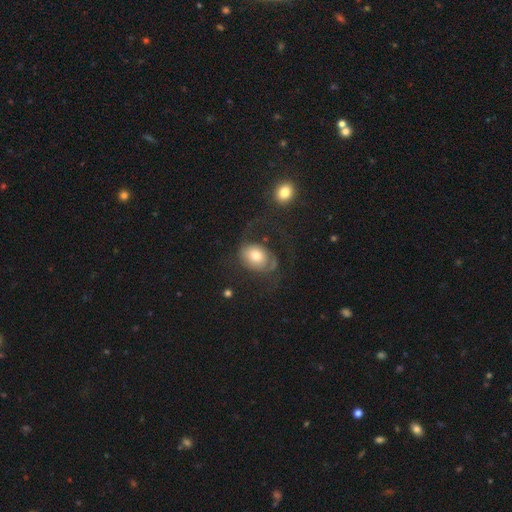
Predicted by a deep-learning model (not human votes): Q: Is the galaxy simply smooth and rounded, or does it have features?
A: smooth — 52%.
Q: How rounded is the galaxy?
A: in between — 58%.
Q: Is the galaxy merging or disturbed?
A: none — 40%.